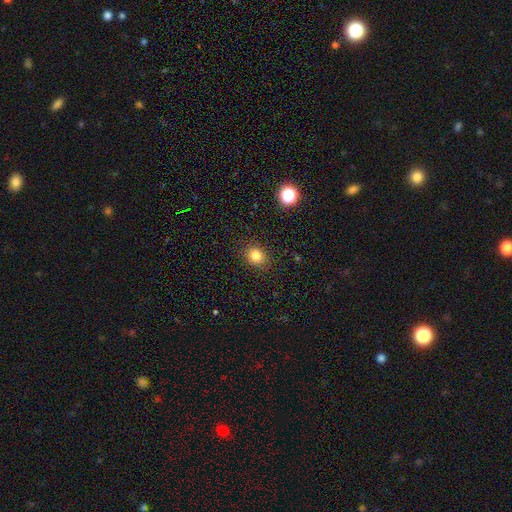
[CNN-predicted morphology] This appears to be a smooth galaxy with no disk features (81%) that is round (63%). Merging: none (89%).